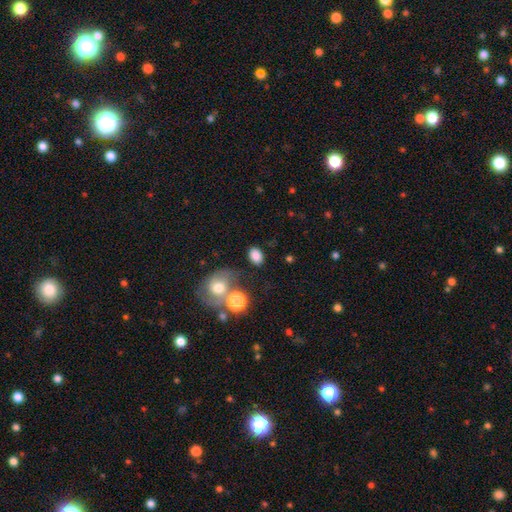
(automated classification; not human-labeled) The model was most divided on "how rounded": in between: 75%, round: 24%, cigar-shaped: 1%. More confident: smooth or featured — smooth (82%); merging — none (70%).